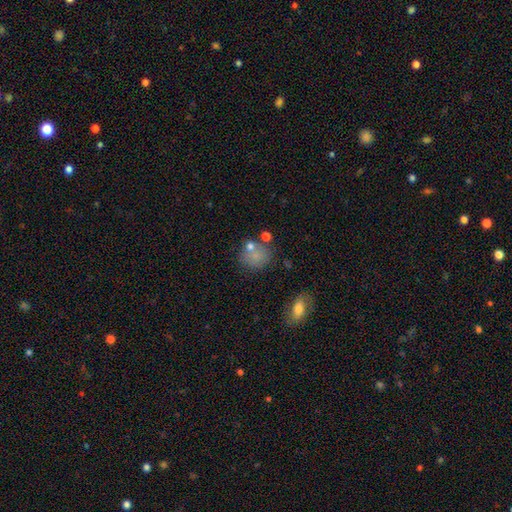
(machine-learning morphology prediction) smooth-or-featured: smooth: 72% | star or artifact: 15% | featured or disk: 13%
  how-rounded: round: 75% | in between: 24% | cigar-shaped: 1%
  merging: none: 63% | minor disturbance: 15% | merger: 15% | major disturbance: 7%